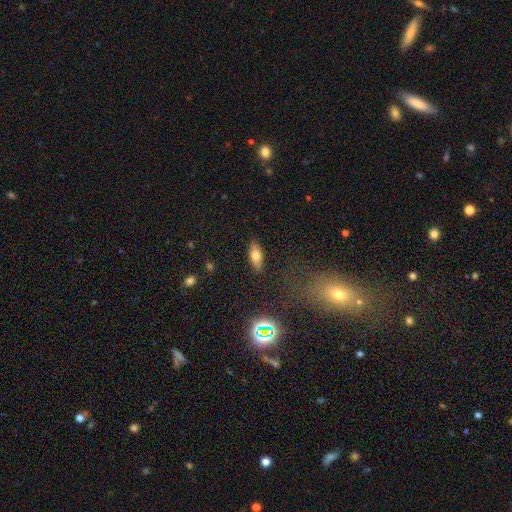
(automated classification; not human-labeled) A smooth galaxy with no disk features (71%) that is in between round and cigar-shaped (80%).

Vote fractions:
- Smooth or featured? smooth: 71% / featured or disk: 20% / star or artifact: 10%
- How rounded? in between: 80% / cigar-shaped: 17% / round: 4%
- Merging? none: 87% / minor disturbance: 9% / major disturbance: 2% / merger: 1%